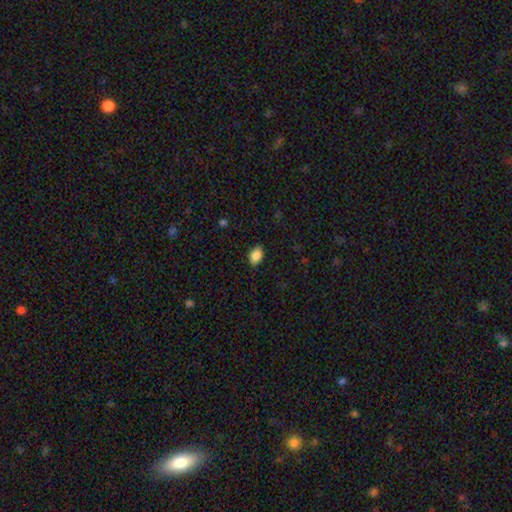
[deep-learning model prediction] Q: Smooth or featured?
A: smooth (88%); runner-up: star or artifact (8%)
Q: How rounded?
A: in between (84%); runner-up: round (14%)
Q: Merging?
A: none (86%); runner-up: minor disturbance (11%)